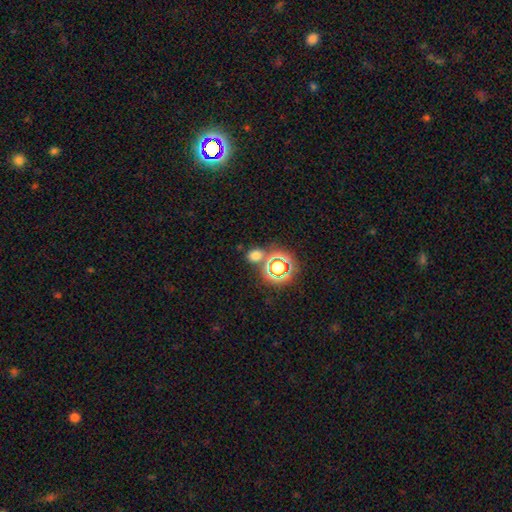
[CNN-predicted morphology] Smooth or featured? smooth (64%)
How rounded? round (61%)
Merging? none (69%)